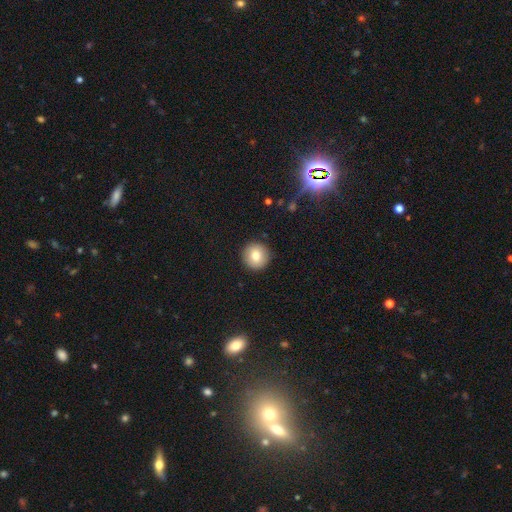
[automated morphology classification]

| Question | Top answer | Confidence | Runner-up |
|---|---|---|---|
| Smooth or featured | smooth | 78% | featured or disk (12%) |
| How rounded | round | 95% | in between (4%) |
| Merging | none | 92% | minor disturbance (5%) |